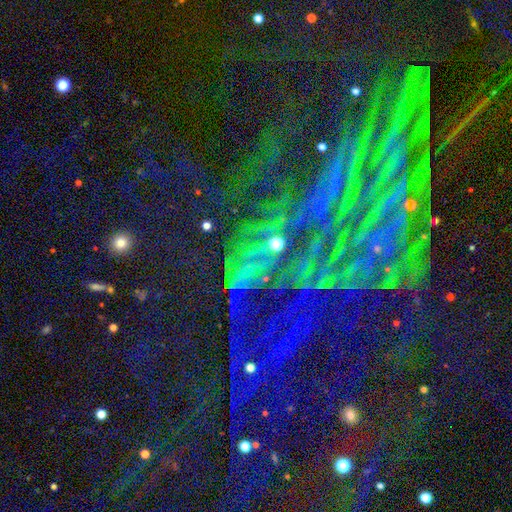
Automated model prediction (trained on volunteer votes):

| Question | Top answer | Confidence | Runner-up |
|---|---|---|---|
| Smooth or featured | star or artifact | 76% | featured or disk (13%) |